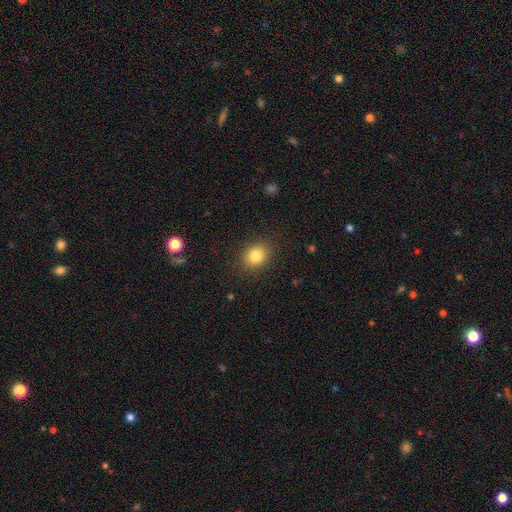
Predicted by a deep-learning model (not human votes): smooth 82%, star or artifact 11%, featured or disk 7%. Down the decision tree: how rounded — round (62%); merging — none (87%).